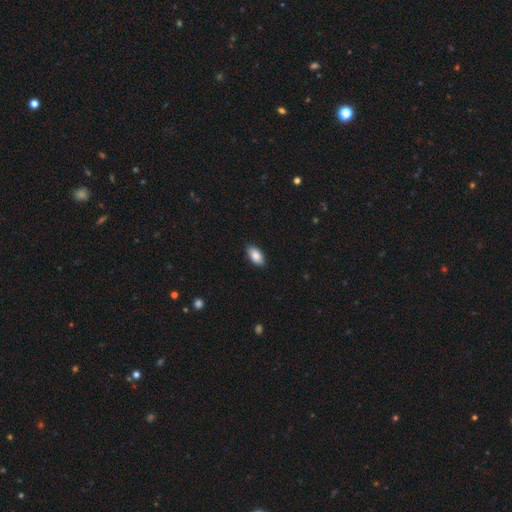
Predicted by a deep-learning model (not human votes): This is clearly a smooth galaxy (86%). How rounded: clearly in between (93%). Merging: clearly none (88%).